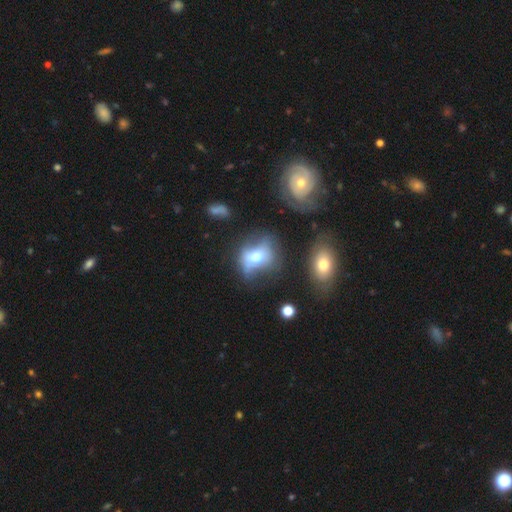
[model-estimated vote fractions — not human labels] smooth 45%, featured or disk 43%, star or artifact 12%. Down the decision tree: merging — none (39%).